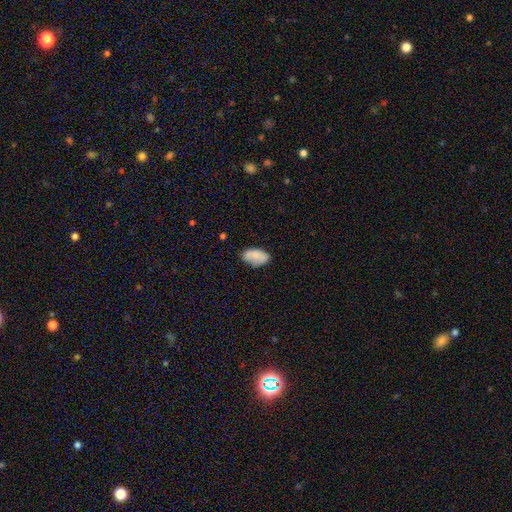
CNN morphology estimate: smooth_or_featured: smooth (p=0.79) [alt: featured or disk p=0.14]
how_rounded: in between (p=0.94) [alt: round p=0.05]
merging: none (p=0.74) [alt: minor disturbance p=0.20]